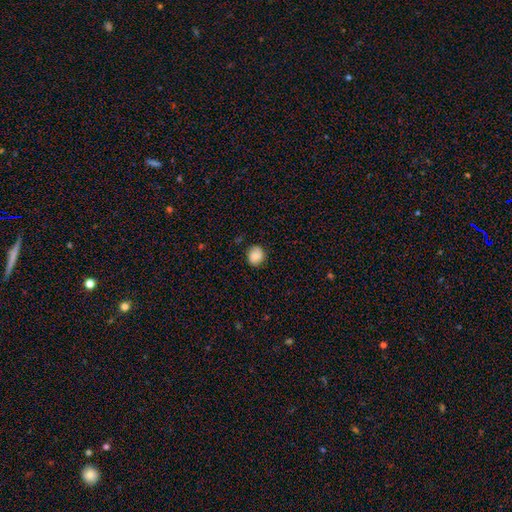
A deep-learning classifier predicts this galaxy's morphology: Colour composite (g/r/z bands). It shows a smooth galaxy with no disk features (81%) that is round (72%). Merging: none (77%).